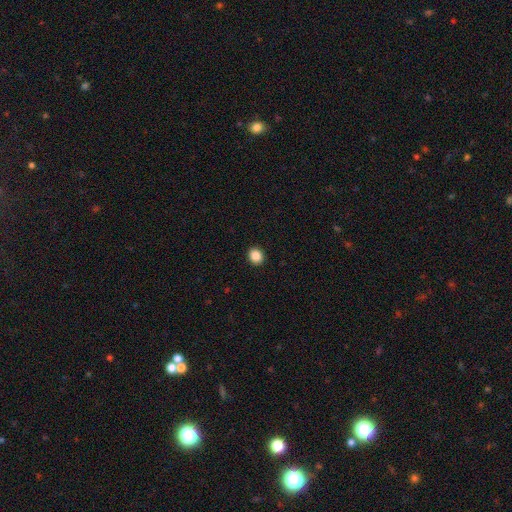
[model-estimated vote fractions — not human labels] Smooth or featured: smooth — 88% (star or artifact — 10%)
How rounded: round — 76% (in between — 23%)
Merging: none — 92% (minor disturbance — 5%)